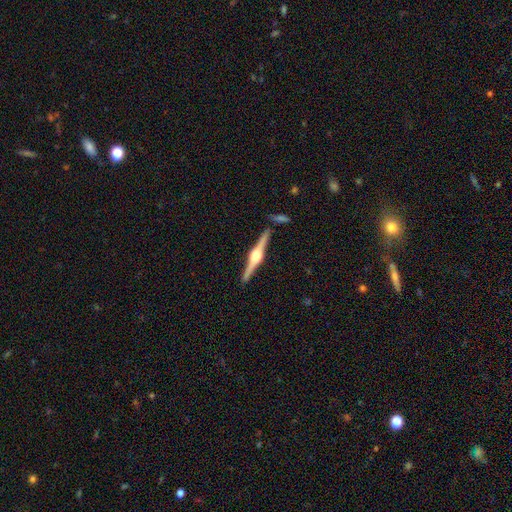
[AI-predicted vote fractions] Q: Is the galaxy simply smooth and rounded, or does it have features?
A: featured or disk — 88%.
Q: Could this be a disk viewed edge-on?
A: yes — 98%.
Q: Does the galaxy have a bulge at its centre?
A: rounded — 91%.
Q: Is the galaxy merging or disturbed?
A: none — 88%.